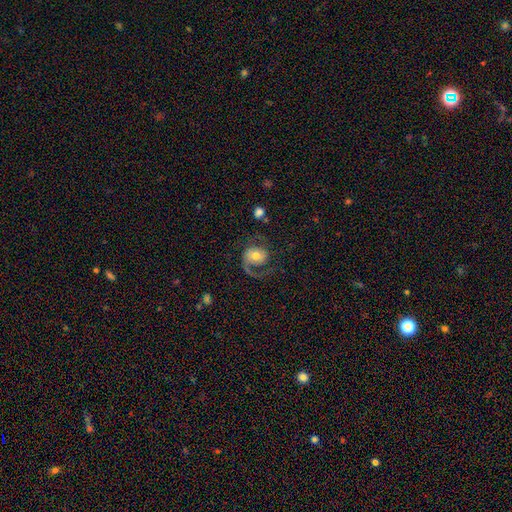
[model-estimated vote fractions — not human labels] The model was most divided on "spiral arm count": 1: 49%, 2: 45%, can't tell: 3%, 3: 1%, 4: 1%, more than 4: 1%. Remaining: edge-on disk — no (98%); spiral arms — yes (92%); smooth or featured — featured or disk (74%); bar — no (69%); bulge size — moderate (68%); merging — none (58%); spiral winding — medium (45%).